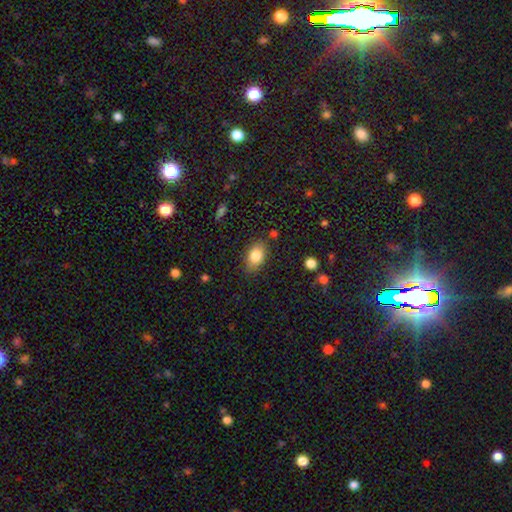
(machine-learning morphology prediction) Overall: smooth (83%). How rounded: in between (85%). Merging: none (81%).